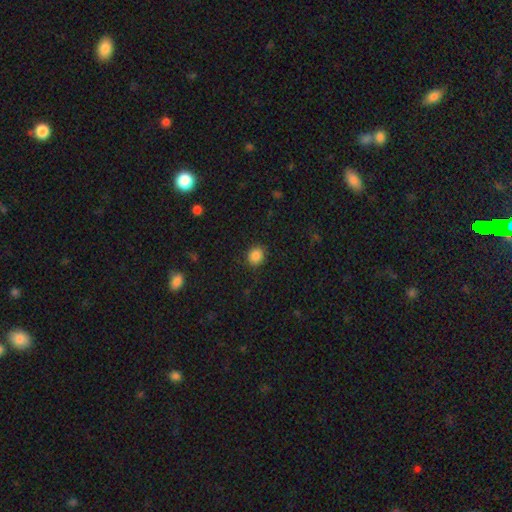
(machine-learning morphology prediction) type=smooth (86%); roundness=round (77%); merging=none (88%).